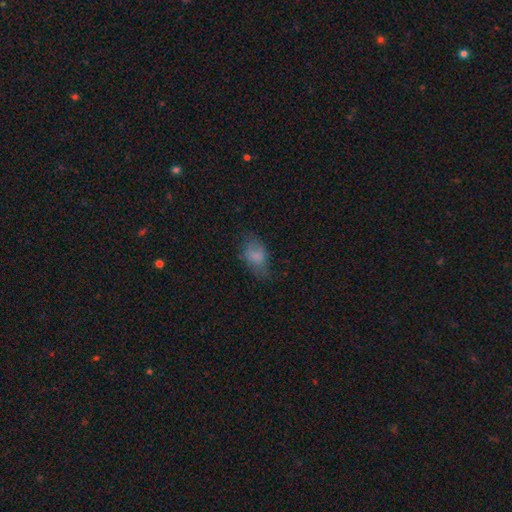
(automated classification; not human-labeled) Smooth or featured? Predicted: smooth (p=0.73). How rounded? Predicted: in between (p=0.88). Merging? Predicted: none (p=0.51).